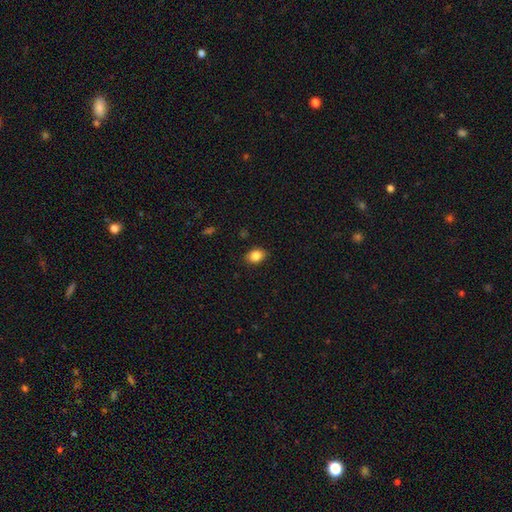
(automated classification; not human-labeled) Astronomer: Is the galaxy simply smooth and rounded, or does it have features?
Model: smooth — 85%.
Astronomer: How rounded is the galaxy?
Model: in between — 65%.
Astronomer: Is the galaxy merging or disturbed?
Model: none — 85%.